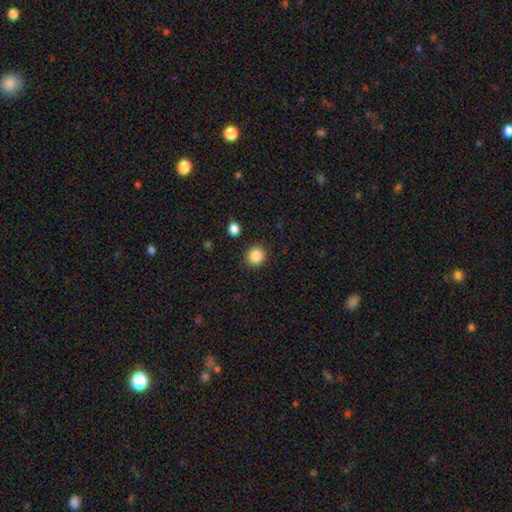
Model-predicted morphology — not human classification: The model was most divided on "smooth or featured": smooth: 87%, star or artifact: 10%, featured or disk: 3%. More confident: how rounded — round (90%); merging — none (90%).